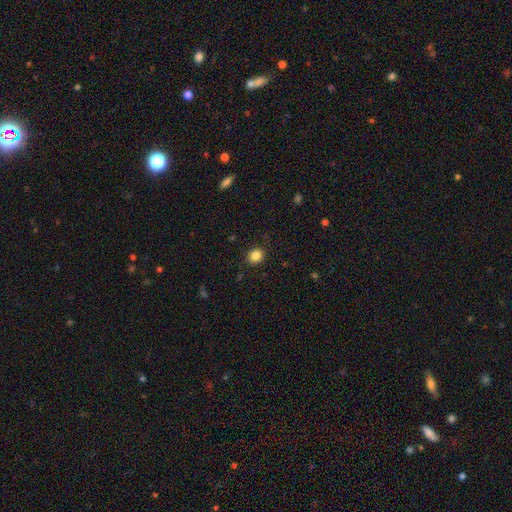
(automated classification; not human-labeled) smooth-or-featured: smooth: 85% | star or artifact: 11% | featured or disk: 4%
  how-rounded: round: 80% | in between: 19% | cigar-shaped: 1%
  merging: none: 90% | minor disturbance: 7% | major disturbance: 2% | merger: 1%